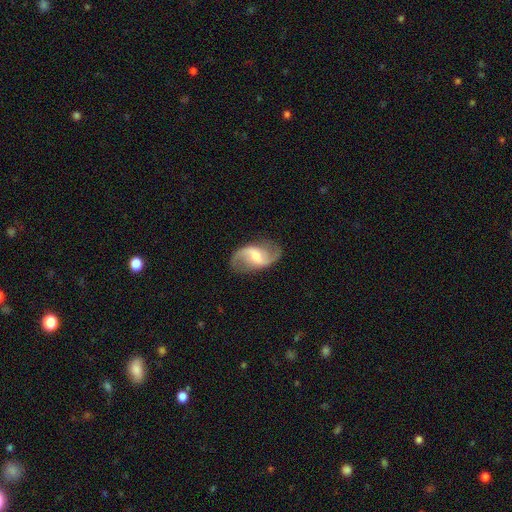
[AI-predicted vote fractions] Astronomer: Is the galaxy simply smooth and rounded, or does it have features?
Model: featured or disk — 83%.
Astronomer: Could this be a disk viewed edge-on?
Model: no — 97%.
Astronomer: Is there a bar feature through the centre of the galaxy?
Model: weak — 52% (runner-up: strong, 27%).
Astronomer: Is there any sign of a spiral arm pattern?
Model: yes — 94%.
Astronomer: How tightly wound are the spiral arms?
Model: loose — 67%.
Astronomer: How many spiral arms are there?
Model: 2 — 93%.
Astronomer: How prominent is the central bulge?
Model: moderate — 48% (runner-up: small, 36%).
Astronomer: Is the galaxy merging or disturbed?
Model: none — 82%.